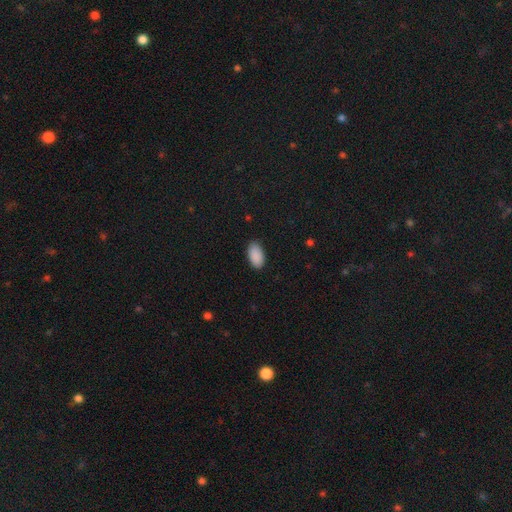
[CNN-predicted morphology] Q: Smooth or featured?
A: smooth (91%); runner-up: star or artifact (7%)
Q: How rounded?
A: in between (95%); runner-up: round (3%)
Q: Merging?
A: none (87%); runner-up: minor disturbance (10%)